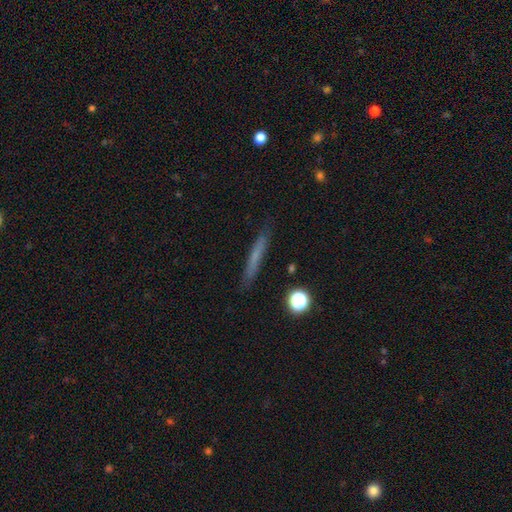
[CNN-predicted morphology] Smooth or featured?
  - smooth: 60% *
  - featured or disk: 31%
  - star or artifact: 9%
How rounded?
  - cigar-shaped: 94% *
  - in between: 4%
  - round: 2%
Merging?
  - none: 87% *
  - minor disturbance: 10%
  - major disturbance: 2%
  - merger: 2%